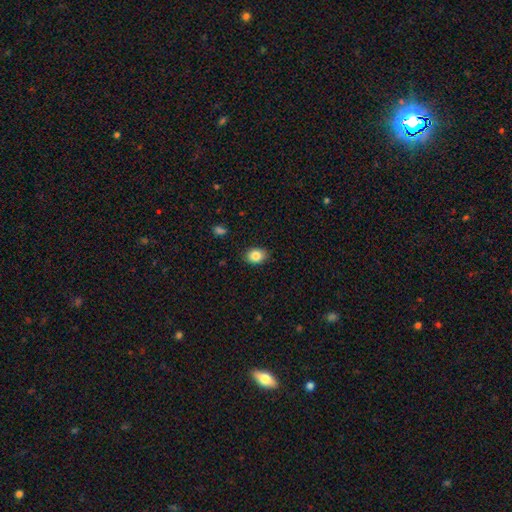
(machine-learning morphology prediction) Q: Smooth or featured?
A: smooth (85%); runner-up: star or artifact (9%)
Q: How rounded?
A: in between (63%); runner-up: round (36%)
Q: Merging?
A: none (85%); runner-up: minor disturbance (11%)